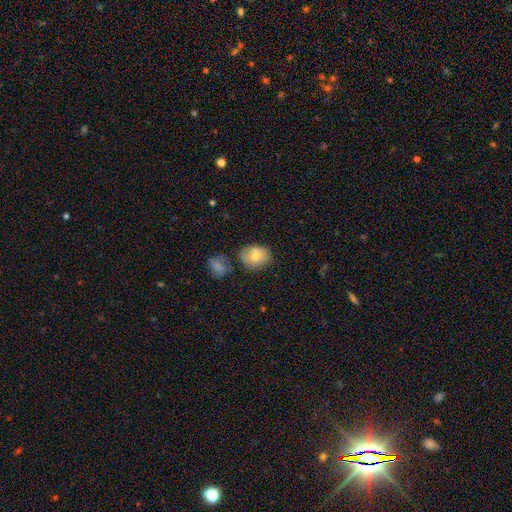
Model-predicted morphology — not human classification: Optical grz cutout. It shows a smooth galaxy with no disk features (74%) that is in between round and cigar-shaped (57%). Merging: none (56%).